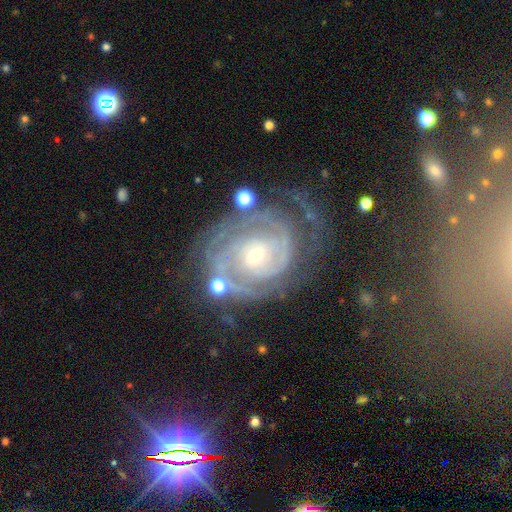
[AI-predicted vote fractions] Smooth or featured? Predicted: featured or disk (p=0.89). Edge-on disk? Predicted: no (p=0.97). Bar? Predicted: no (p=0.68). Spiral arms? Predicted: yes (p=0.97). Spiral winding? Predicted: tight (p=0.76). Spiral arm count? Predicted: 2 (p=0.36). Bulge size? Predicted: small (p=0.68). Merging? Predicted: none (p=0.58).